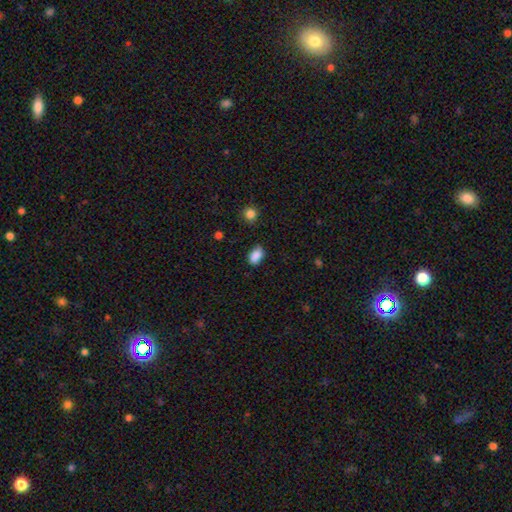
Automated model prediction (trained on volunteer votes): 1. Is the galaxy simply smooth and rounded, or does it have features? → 87% smooth, 8% star or artifact, 5% featured or disk.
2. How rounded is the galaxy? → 87% in between, 11% round, 2% cigar-shaped.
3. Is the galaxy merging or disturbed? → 77% none, 17% minor disturbance, 3% major disturbance, 2% merger.